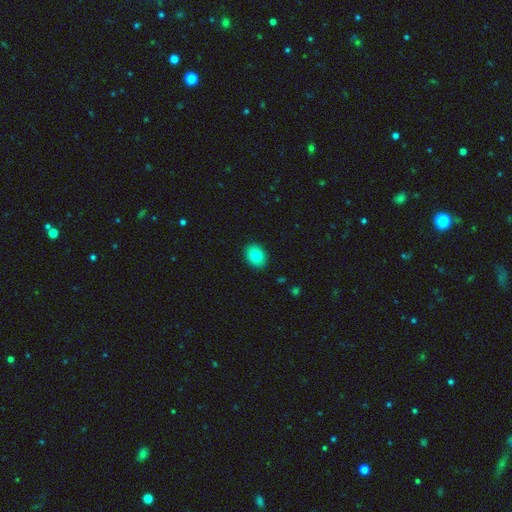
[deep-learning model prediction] A smooth galaxy with no disk features (80%) that is in between round and cigar-shaped (61%). Merging: none (90%).